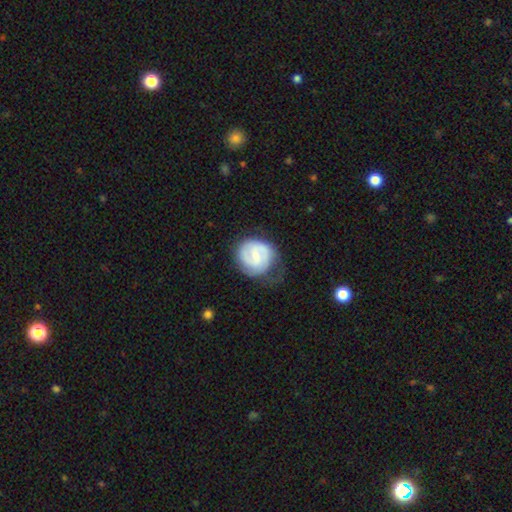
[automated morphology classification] This is likely a featured or disk galaxy (66%). It is clearly not viewed edge-on (98%). Bar: possibly weak (58%). Spiral arm pattern: clearly yes (86%). Spiral arm count: likely 2 (61%). Spiral winding: possibly tight (49%). Central bulge: possibly small (55%). Merging: possibly none (55%).